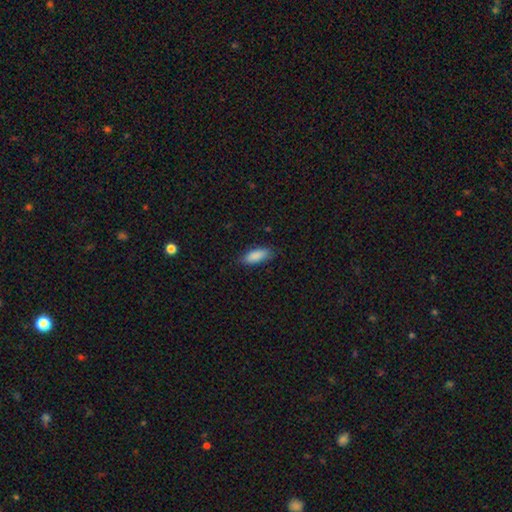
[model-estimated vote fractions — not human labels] This appears to be a smooth galaxy with no disk features (88%) that is in between round and cigar-shaped (74%). Merging: none (83%).